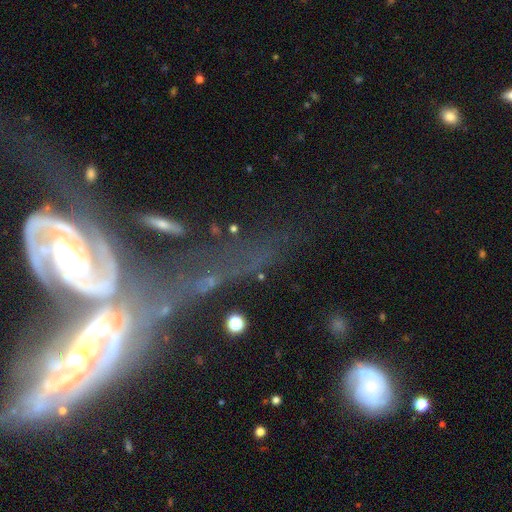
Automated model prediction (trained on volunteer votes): Smooth or featured: featured or disk — 78% (star or artifact — 11%)
Edge-on disk: no — 85% (yes — 15%)
Bar: no — 44% (weak — 30%)
Spiral arms: yes — 87% (no — 13%)
Spiral winding: tight — 46% (medium — 37%)
Spiral arm count: 2 — 60% (can't tell — 20%)
Bulge size: moderate — 48% (small — 35%)
Merging: merger — 49% (none — 20%)